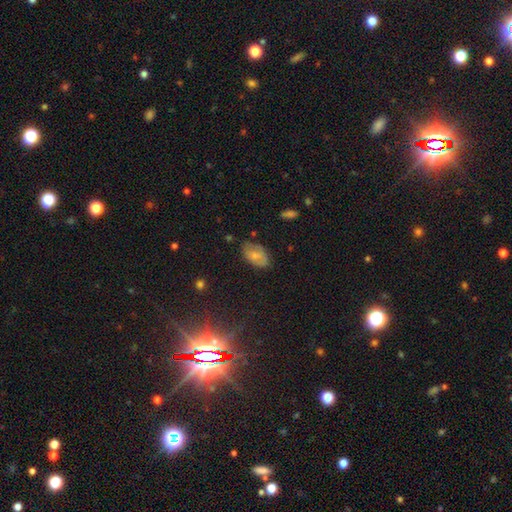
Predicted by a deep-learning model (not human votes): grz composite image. It shows a smooth galaxy with no disk features (62%) that is in between round and cigar-shaped (91%). Merging: none (64%).